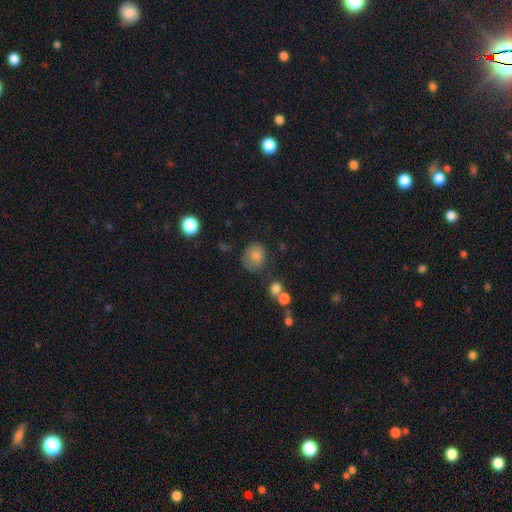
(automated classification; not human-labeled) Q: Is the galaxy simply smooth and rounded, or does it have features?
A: smooth — 79%.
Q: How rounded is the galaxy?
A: round — 70%.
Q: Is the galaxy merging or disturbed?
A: none — 60%.